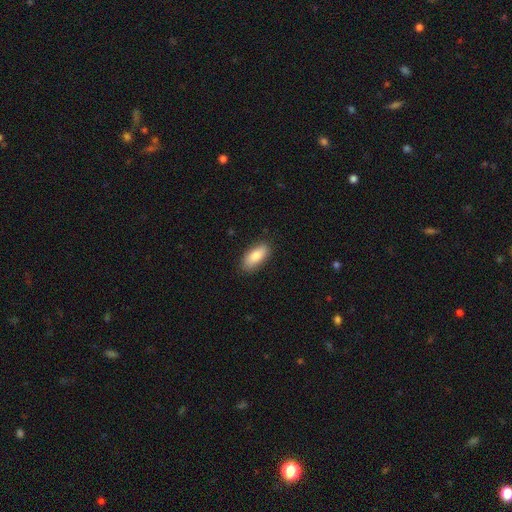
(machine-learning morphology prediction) Smooth or featured: smooth — 83% (featured or disk — 11%)
How rounded: in between — 85% (cigar-shaped — 13%)
Merging: none — 85% (minor disturbance — 12%)